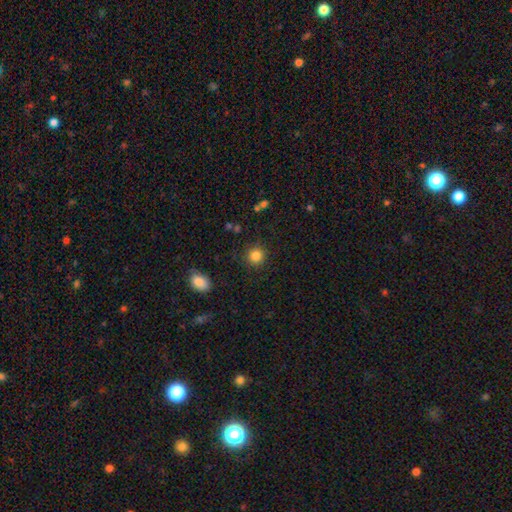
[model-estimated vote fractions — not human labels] Smooth or featured? smooth (85%)
How rounded? round (93%)
Merging? none (89%)